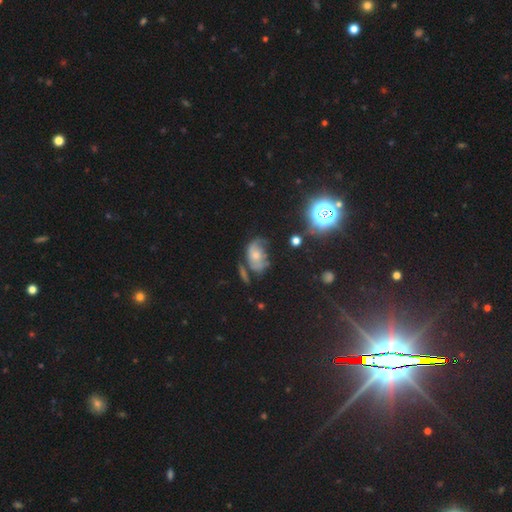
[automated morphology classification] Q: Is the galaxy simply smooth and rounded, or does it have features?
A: featured or disk — 49%.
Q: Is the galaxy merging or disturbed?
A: none — 34%.